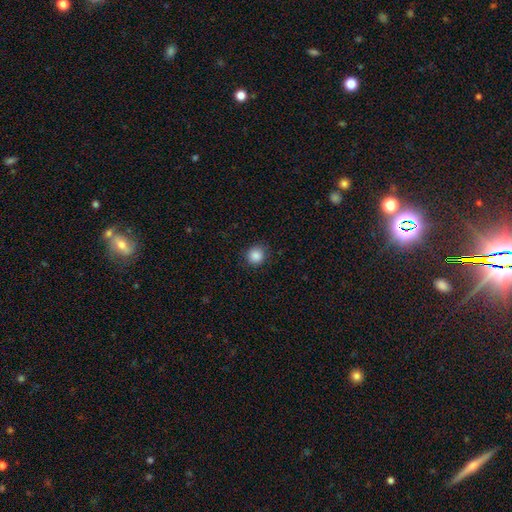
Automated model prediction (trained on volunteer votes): This is clearly a smooth galaxy (87%). How rounded: clearly round (89%). Merging: clearly none (88%).